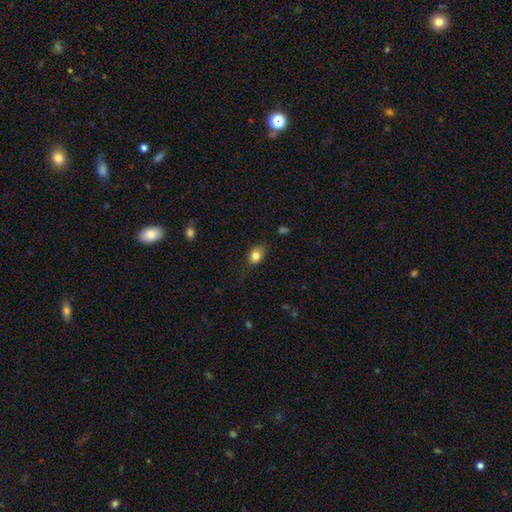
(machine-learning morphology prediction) smooth_or_featured: smooth (p=0.82) [alt: star or artifact p=0.10]
how_rounded: in between (p=0.62) [alt: round p=0.37]
merging: none (p=0.68) [alt: minor disturbance p=0.25]